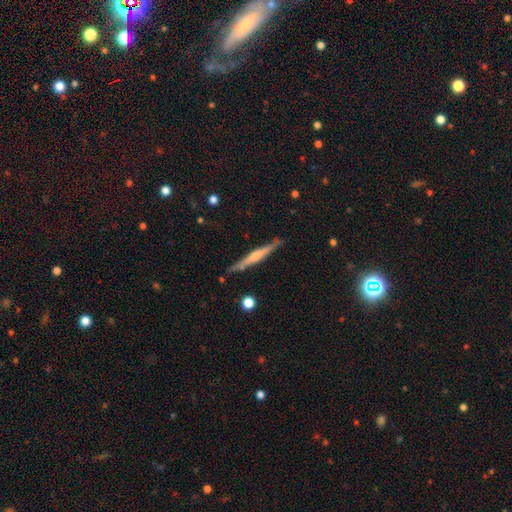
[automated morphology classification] smooth-or-featured: featured or disk: 65% | smooth: 29% | star or artifact: 6%
  disk-edge-on: yes: 97% | no: 3%
    edge-on-bulge: rounded: 52% | none: 27% | boxy: 21%
  merging: none: 84% | minor disturbance: 12% | merger: 2% | major disturbance: 2%